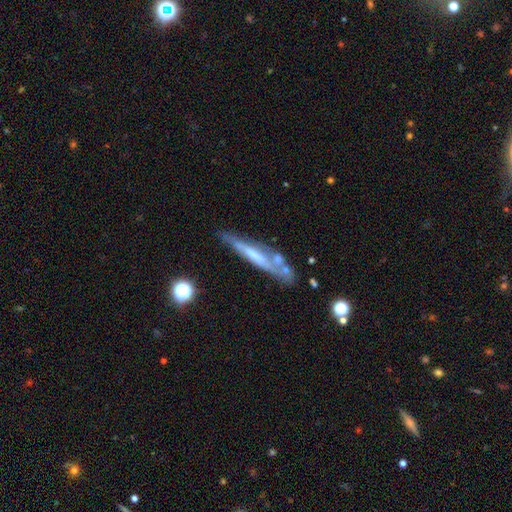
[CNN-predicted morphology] Smooth or featured?
  - featured or disk: 58% *
  - smooth: 34%
  - star or artifact: 8%
Edge-on disk?
  - yes: 76% *
  - no: 24%
Merging?
  - none: 59% *
  - minor disturbance: 20%
  - merger: 13%
  - major disturbance: 8%